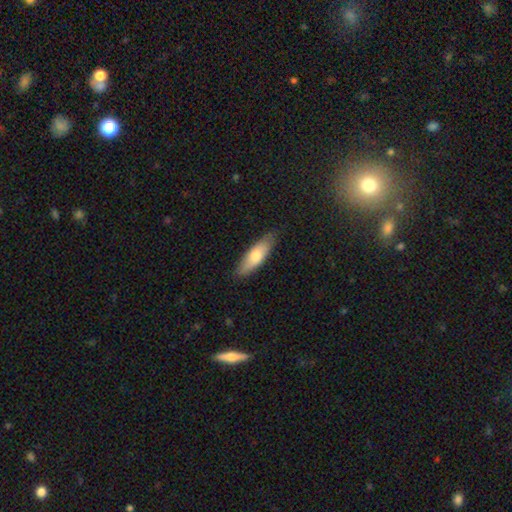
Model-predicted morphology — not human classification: A smooth galaxy with no disk features (68%) that is in between round and cigar-shaped (52%). Merging: none (83%).